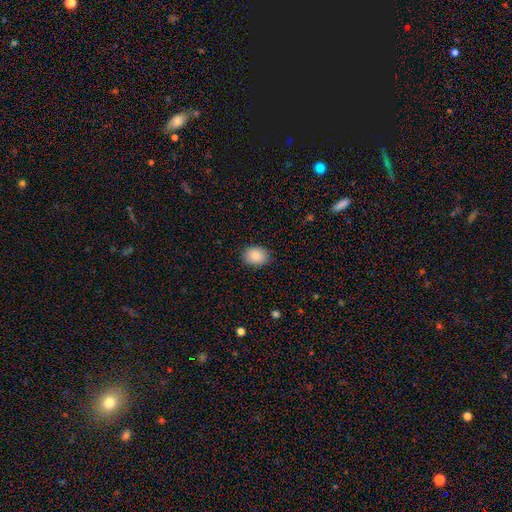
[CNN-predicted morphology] Q: Smooth or featured?
A: smooth (87%); runner-up: star or artifact (8%)
Q: How rounded?
A: in between (61%); runner-up: round (38%)
Q: Merging?
A: none (86%); runner-up: minor disturbance (10%)